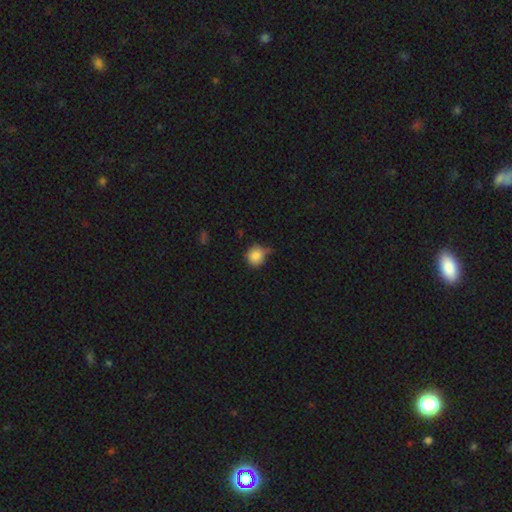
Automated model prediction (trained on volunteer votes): Overall: smooth (84%). How rounded: round (82%). Merging: none (47%; minor disturbance 39%).